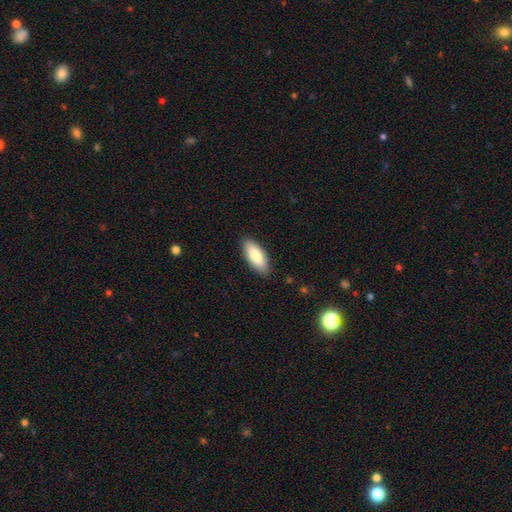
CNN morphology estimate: smooth 83%, featured or disk 11%, star or artifact 6%. Down the decision tree: how rounded — in between (83%); merging — none (87%).